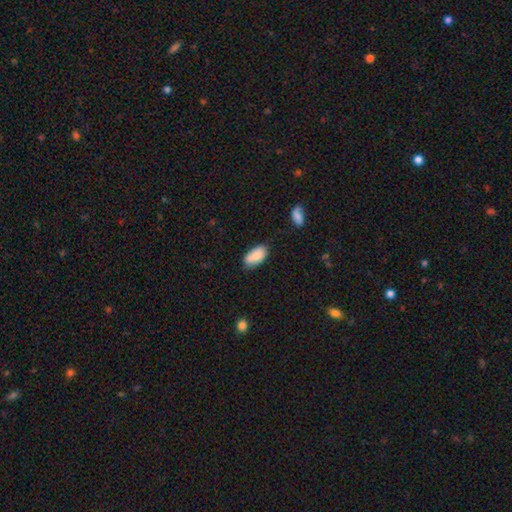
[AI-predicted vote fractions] Q: Smooth or featured?
A: smooth (87%); runner-up: star or artifact (7%)
Q: How rounded?
A: in between (93%); runner-up: cigar-shaped (5%)
Q: Merging?
A: none (70%); runner-up: minor disturbance (23%)